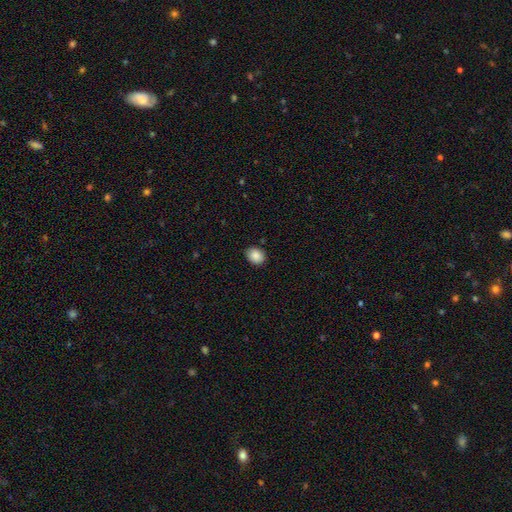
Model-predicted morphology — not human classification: Smooth or featured: smooth — 88% (star or artifact — 8%)
How rounded: in between — 50% (round — 49%)
Merging: none — 88% (minor disturbance — 9%)